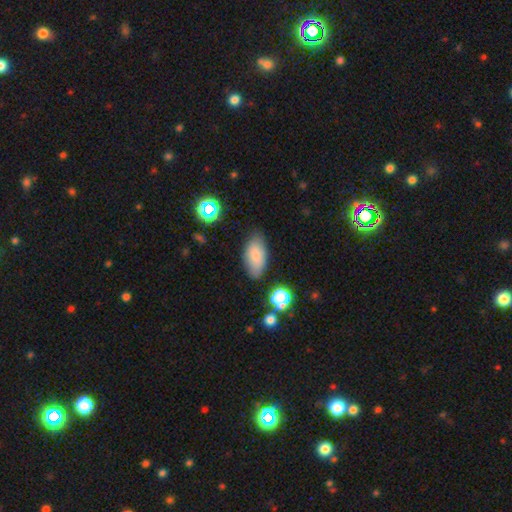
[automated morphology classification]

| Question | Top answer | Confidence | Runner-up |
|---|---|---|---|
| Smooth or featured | smooth | 80% | featured or disk (12%) |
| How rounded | in between | 92% | cigar-shaped (4%) |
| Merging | none | 77% | minor disturbance (16%) |